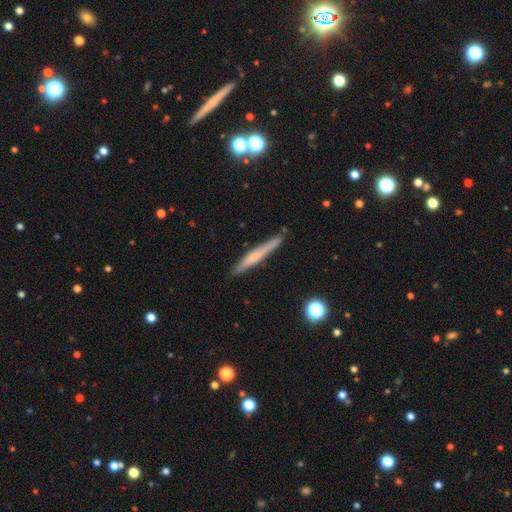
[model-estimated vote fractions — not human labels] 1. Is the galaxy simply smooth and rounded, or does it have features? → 50% smooth, 43% featured or disk, 7% star or artifact.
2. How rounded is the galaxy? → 96% cigar-shaped, 3% in between, 2% round.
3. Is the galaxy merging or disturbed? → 86% none, 11% minor disturbance, 2% major disturbance, 2% merger.